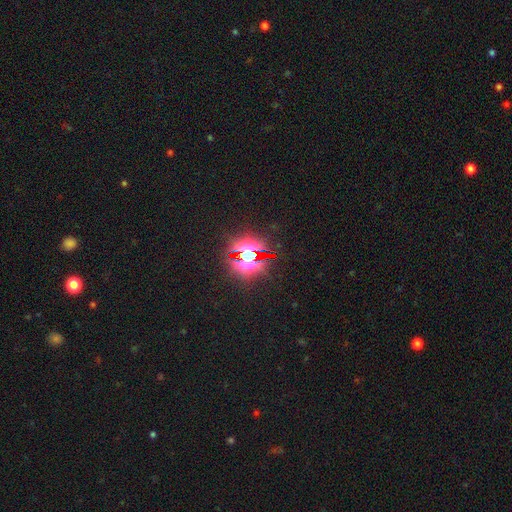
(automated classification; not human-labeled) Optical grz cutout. It shows a star or artifact, not a galaxy (75%).